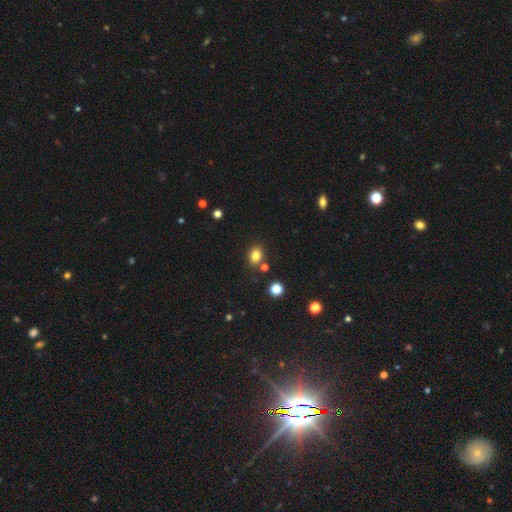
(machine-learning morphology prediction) type=smooth (81%); roundness=in between (61%); merging=none (78%).